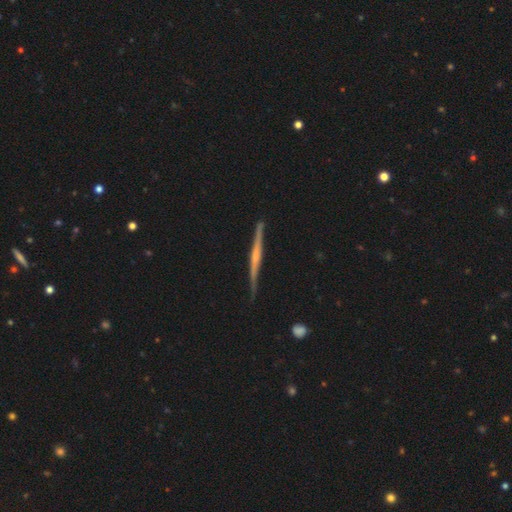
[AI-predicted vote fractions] Smooth or featured: featured or disk — 75% (smooth — 20%)
Edge-on disk: yes — 98% (no — 2%)
Edge-on bulge: rounded — 48% (none — 36%)
Merging: none — 84% (minor disturbance — 12%)